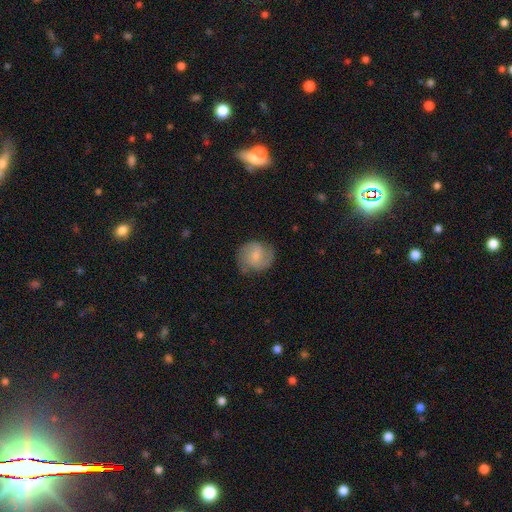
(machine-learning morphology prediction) A smooth galaxy with no disk features (55%) that is round (80%). Merging: none (69%).